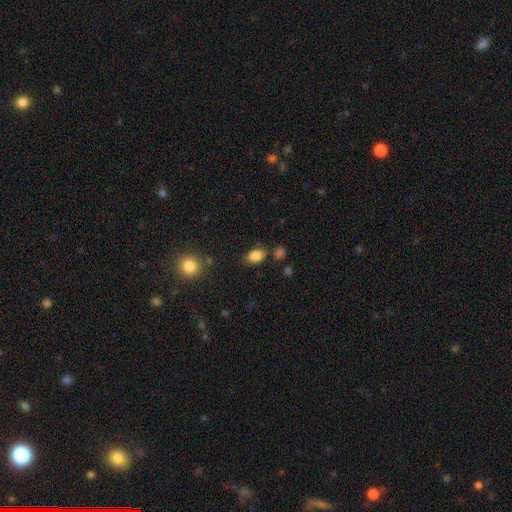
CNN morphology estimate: smooth 85%, star or artifact 10%, featured or disk 6%. Down the decision tree: how rounded — in between (83%); merging — none (76%).